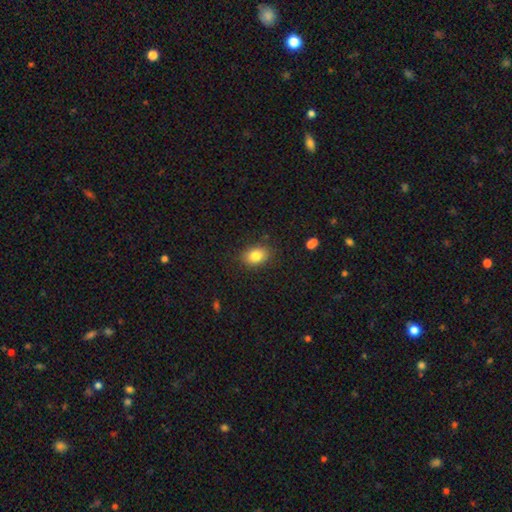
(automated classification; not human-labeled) smooth_or_featured: smooth (p=0.83) [alt: star or artifact p=0.09]
how_rounded: in between (p=0.74) [alt: round p=0.25]
merging: none (p=0.85) [alt: minor disturbance p=0.11]